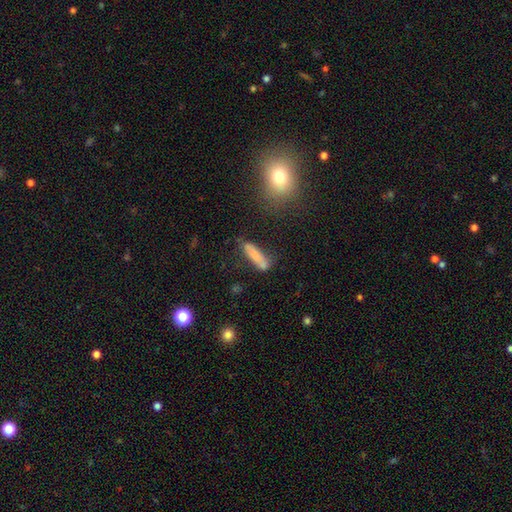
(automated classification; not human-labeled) smooth_or_featured: smooth (p=0.74) [alt: featured or disk p=0.16]
how_rounded: cigar-shaped (p=0.75) [alt: in between p=0.22]
merging: none (p=0.59) [alt: minor disturbance p=0.22]